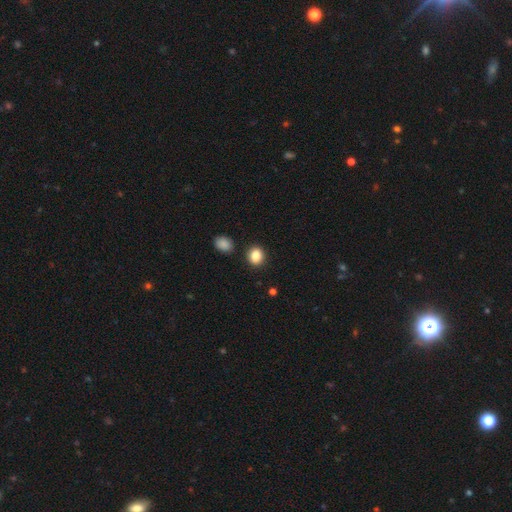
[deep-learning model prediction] A smooth galaxy with no disk features (87%) that is round (65%). Merging: none (87%).